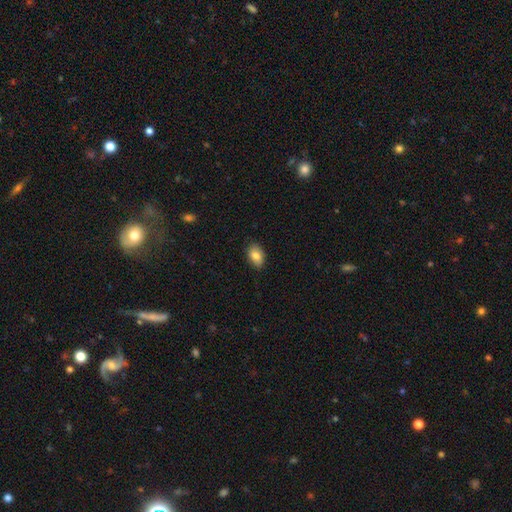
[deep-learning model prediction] Smooth or featured? Predicted: smooth (p=0.82). How rounded? Predicted: in between (p=0.89). Merging? Predicted: none (p=0.84).